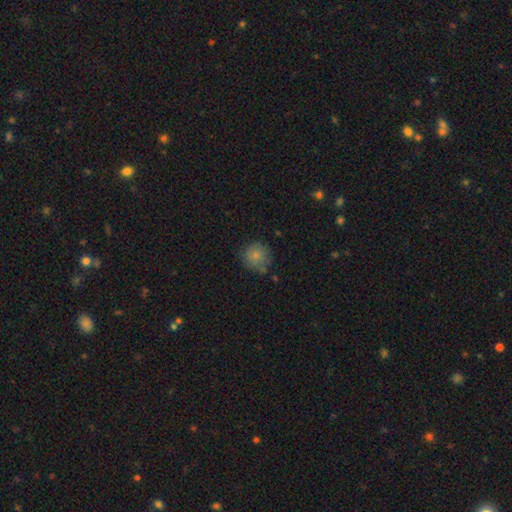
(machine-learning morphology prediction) type=smooth (81%); roundness=round (90%); merging=none (70%).